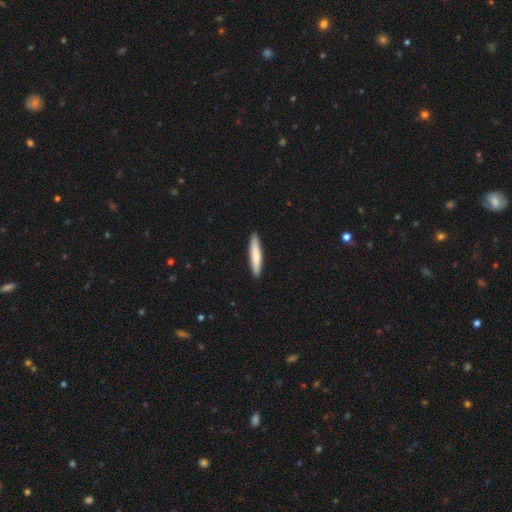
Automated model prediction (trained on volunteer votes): Smooth or featured? Predicted: smooth (p=0.78). How rounded? Predicted: cigar-shaped (p=0.91). Merging? Predicted: none (p=0.91).